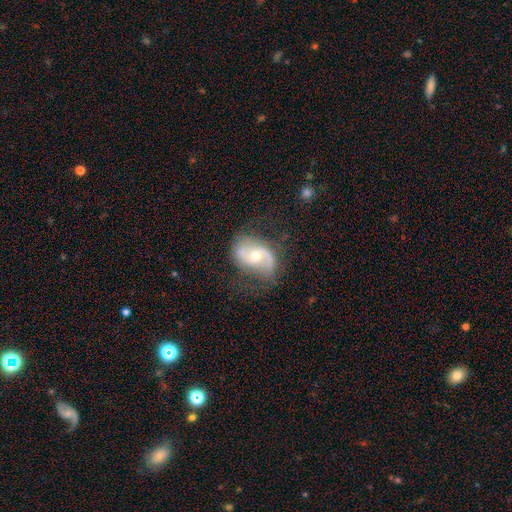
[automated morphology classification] Smooth or featured?
  - featured or disk: 79% *
  - smooth: 15%
  - star or artifact: 6%
Edge-on disk?
  - no: 96% *
  - yes: 4%
Bar?
  - no: 55% *
  - weak: 33%
  - strong: 12%
Spiral arms?
  - yes: 91% *
  - no: 9%
Spiral winding?
  - loose: 54% *
  - medium: 34%
  - tight: 12%
Spiral arm count?
  - 2: 86% *
  - 1: 6%
  - can't tell: 5%
  - 3: 1%
  - 4: 1%
  - more than 4: 1%
Bulge size?
  - moderate: 62% *
  - small: 33%
  - large: 3%
  - none: 1%
  - dominant: 1%
Merging?
  - none: 67% *
  - minor disturbance: 21%
  - major disturbance: 10%
  - merger: 2%